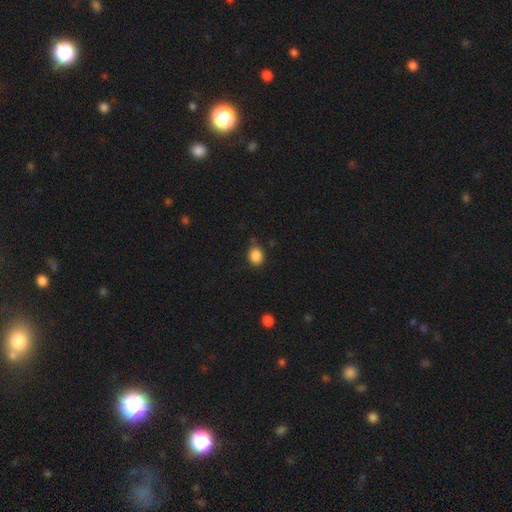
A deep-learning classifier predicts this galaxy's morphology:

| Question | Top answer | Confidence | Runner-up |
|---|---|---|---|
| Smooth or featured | smooth | 87% | star or artifact (10%) |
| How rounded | round | 66% | in between (33%) |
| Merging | none | 78% | minor disturbance (15%) |